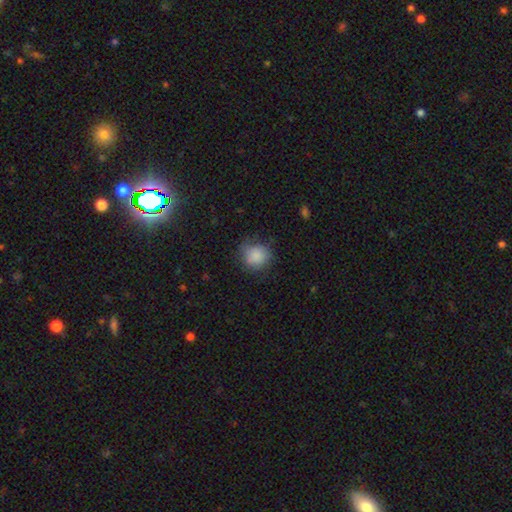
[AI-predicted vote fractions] smooth_or_featured: smooth (p=0.86) [alt: star or artifact p=0.08]
how_rounded: round (p=0.85) [alt: in between p=0.14]
merging: none (p=0.71) [alt: minor disturbance p=0.21]